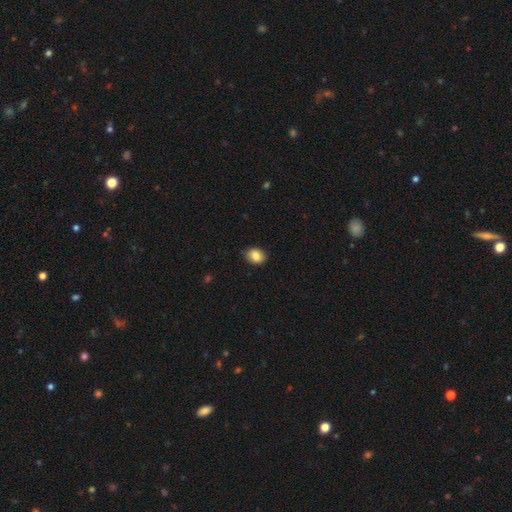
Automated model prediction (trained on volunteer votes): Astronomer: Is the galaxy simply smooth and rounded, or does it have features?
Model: smooth — 85%.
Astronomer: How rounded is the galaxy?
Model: in between — 62%.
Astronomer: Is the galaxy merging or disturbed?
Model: none — 83%.